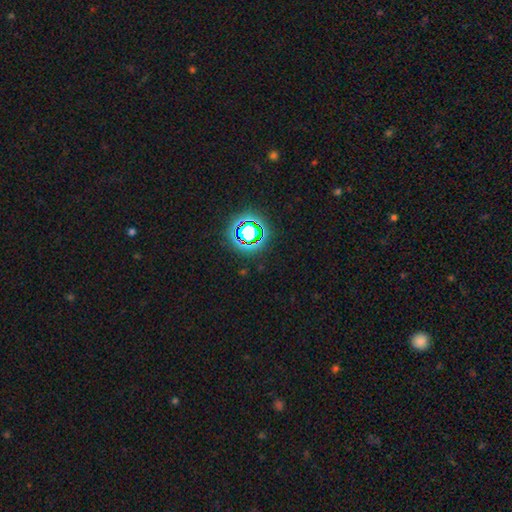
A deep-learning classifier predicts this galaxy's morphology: Smooth or featured? Predicted: star or artifact (p=0.78).